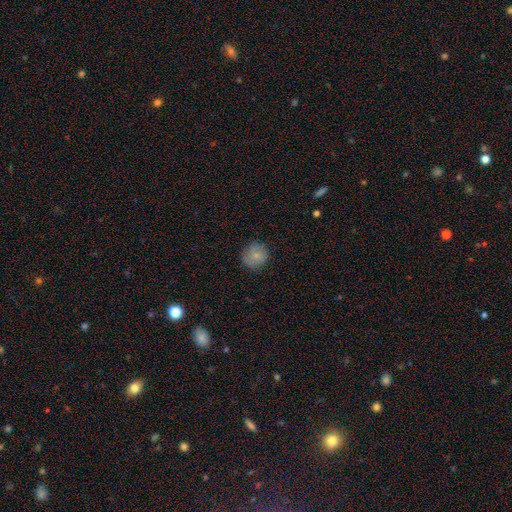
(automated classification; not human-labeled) Smooth or featured? Predicted: smooth (p=0.77). How rounded? Predicted: round (p=0.87). Merging? Predicted: none (p=0.79).